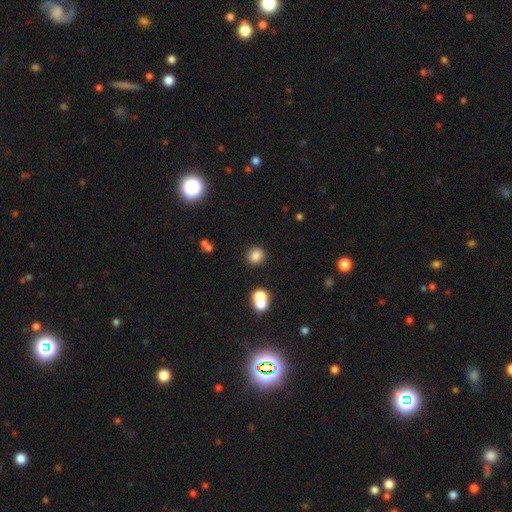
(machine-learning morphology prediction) smooth_or_featured: smooth (p=0.82) [alt: star or artifact p=0.12]
how_rounded: round (p=0.77) [alt: in between p=0.22]
merging: none (p=0.84) [alt: minor disturbance p=0.08]